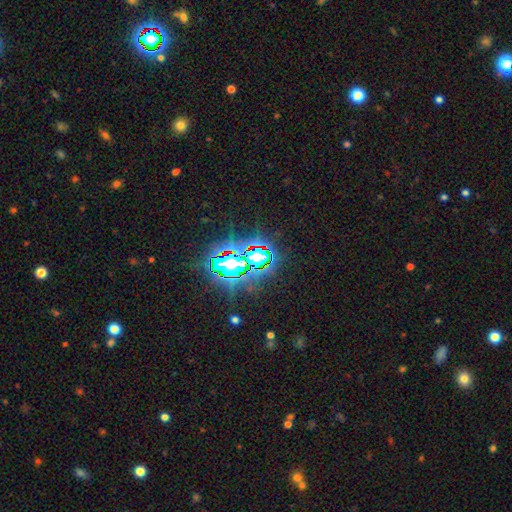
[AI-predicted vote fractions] Smooth or featured? star or artifact (78%)